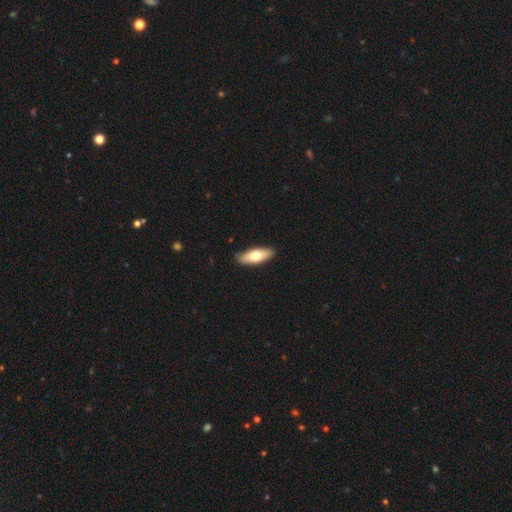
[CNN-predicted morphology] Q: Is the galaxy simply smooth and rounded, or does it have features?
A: smooth — 66%.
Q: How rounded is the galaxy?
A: in between — 64%.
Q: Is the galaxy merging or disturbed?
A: none — 88%.